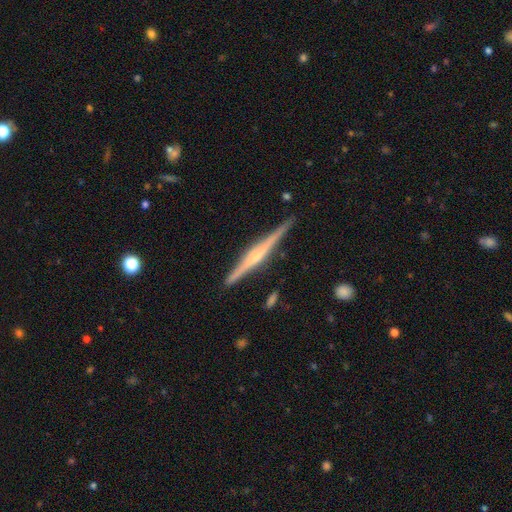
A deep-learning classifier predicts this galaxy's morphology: Smooth or featured: featured or disk — 82% (smooth — 13%)
Edge-on disk: yes — 99% (no — 1%)
Edge-on bulge: rounded — 73% (boxy — 14%)
Merging: none — 89% (minor disturbance — 8%)